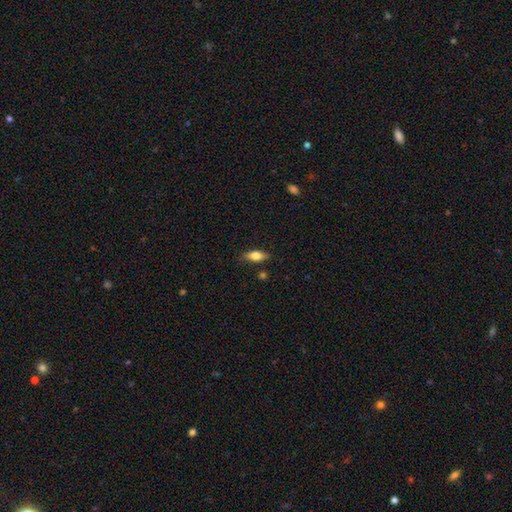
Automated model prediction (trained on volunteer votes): Smooth or featured? smooth (71%)
How rounded? in between (78%)
Merging? none (82%)